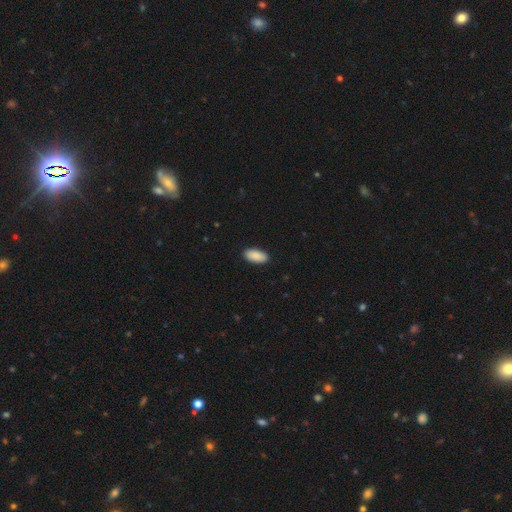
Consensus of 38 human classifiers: smooth 95%, featured or disk 5%, star or artifact 0%. Down the decision tree: how rounded — in between (92%); merging — none (100%).